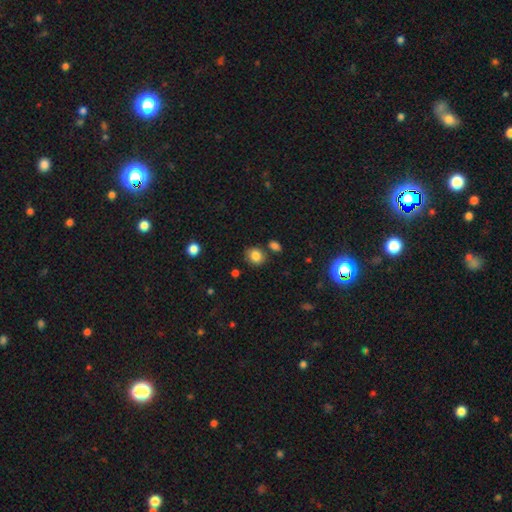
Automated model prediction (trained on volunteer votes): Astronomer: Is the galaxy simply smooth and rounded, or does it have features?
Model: smooth — 83%.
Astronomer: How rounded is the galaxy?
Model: round — 72%.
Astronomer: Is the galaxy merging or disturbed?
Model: none — 76%.